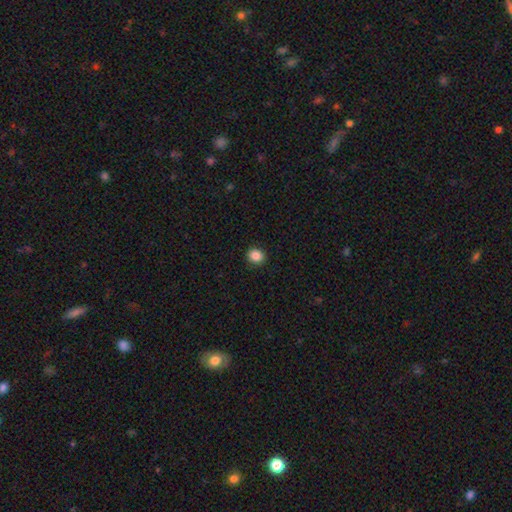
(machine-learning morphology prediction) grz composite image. It shows a smooth galaxy with no disk features (87%) that is round (71%). Merging: none (91%).